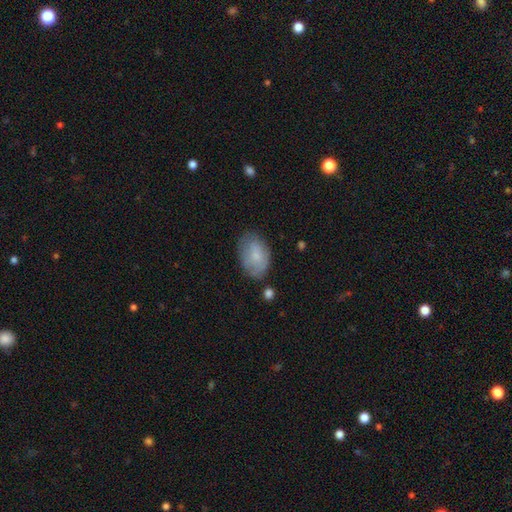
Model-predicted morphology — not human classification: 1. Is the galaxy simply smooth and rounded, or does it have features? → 75% smooth, 19% featured or disk, 7% star or artifact.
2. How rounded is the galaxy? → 89% in between, 10% round, 1% cigar-shaped.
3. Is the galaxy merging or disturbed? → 68% none, 23% minor disturbance, 6% major disturbance, 3% merger.